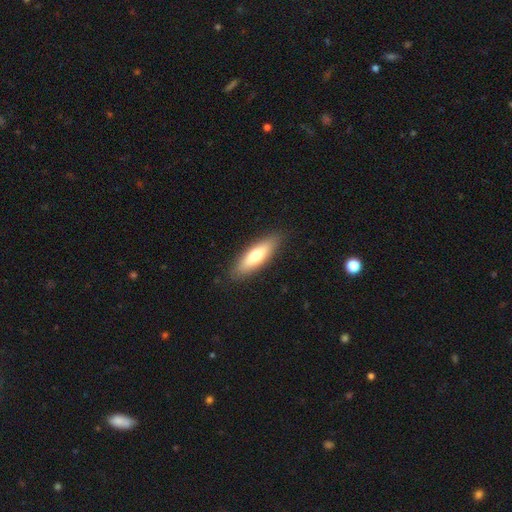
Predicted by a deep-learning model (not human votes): The model was most divided on "how rounded": cigar-shaped: 56%, in between: 43%, round: 2%. More confident: merging — none (88%); smooth or featured — smooth (69%).